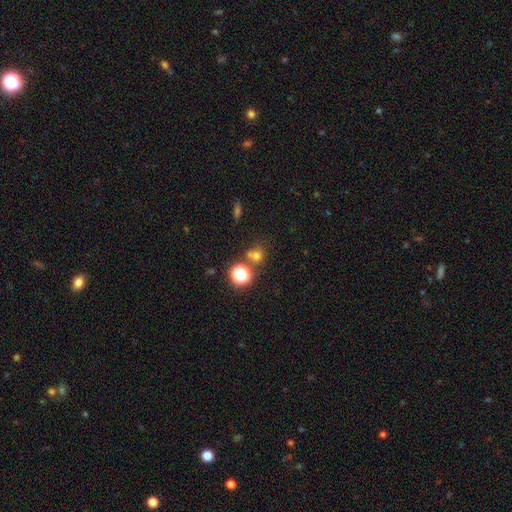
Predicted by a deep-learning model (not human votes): smooth_or_featured: smooth (p=0.66) [alt: star or artifact p=0.26]
how_rounded: round (p=0.85) [alt: in between p=0.13]
merging: none (p=0.63) [alt: merger p=0.23]